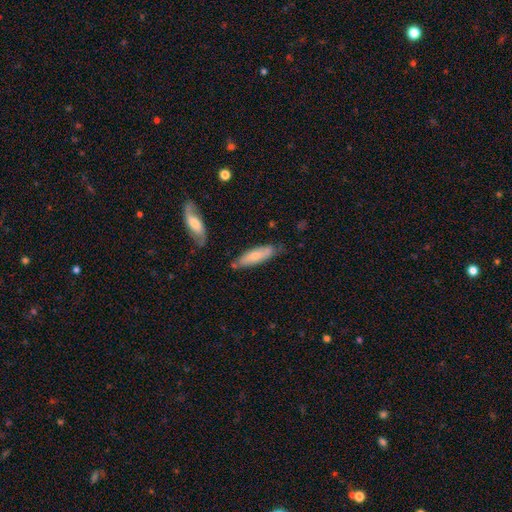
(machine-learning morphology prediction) Smooth or featured: smooth — 66% (featured or disk — 28%)
How rounded: cigar-shaped — 61% (in between — 38%)
Merging: none — 70% (minor disturbance — 21%)